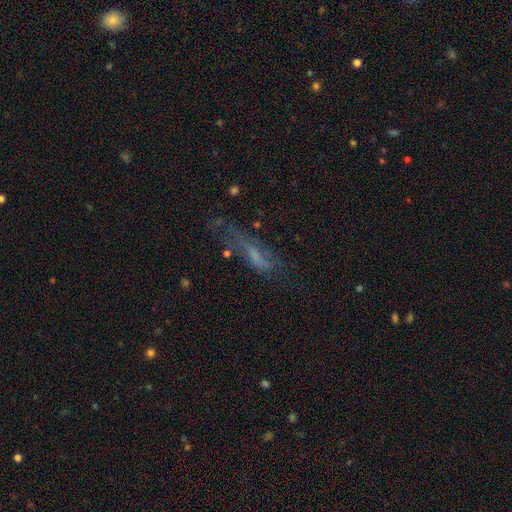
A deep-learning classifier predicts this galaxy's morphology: Q: Smooth or featured?
A: smooth (42%); runner-up: featured or disk (41%)
Q: Merging?
A: none (46%); runner-up: minor disturbance (25%)